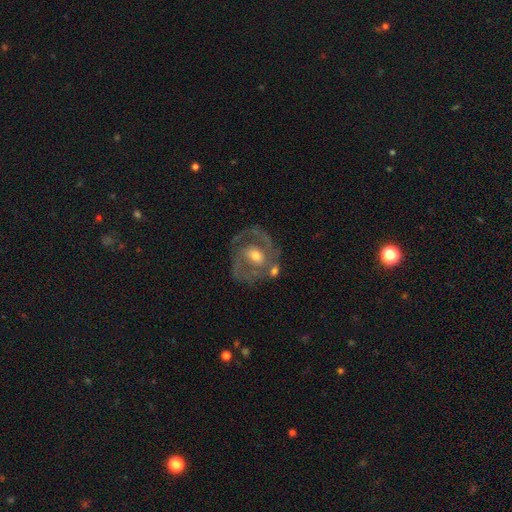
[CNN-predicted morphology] The model was most divided on "bar" (2-way tie): no: 42%, weak: 42%, strong: 15%. Remaining: edge-on disk — no (97%); spiral arms — yes (84%); smooth or featured — featured or disk (81%); spiral arm count — 2 (68%); merging — none (65%); bulge size — moderate (65%); spiral winding — medium (45%).